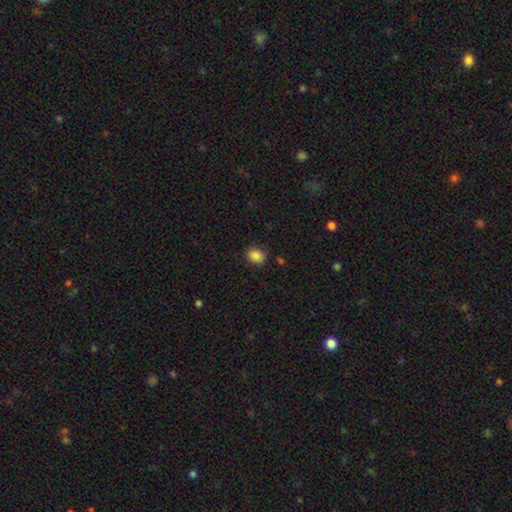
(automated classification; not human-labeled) smooth 86%, star or artifact 10%, featured or disk 4%. Down the decision tree: how rounded — in between (57%); merging — none (87%).